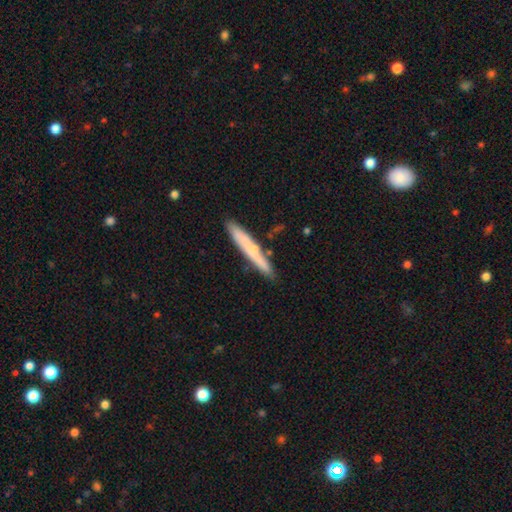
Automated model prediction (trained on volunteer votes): Smooth or featured?
  - smooth: 62% *
  - featured or disk: 32%
  - star or artifact: 6%
How rounded?
  - cigar-shaped: 94% *
  - in between: 4%
  - round: 1%
Merging?
  - none: 78% *
  - minor disturbance: 13%
  - merger: 6%
  - major disturbance: 3%